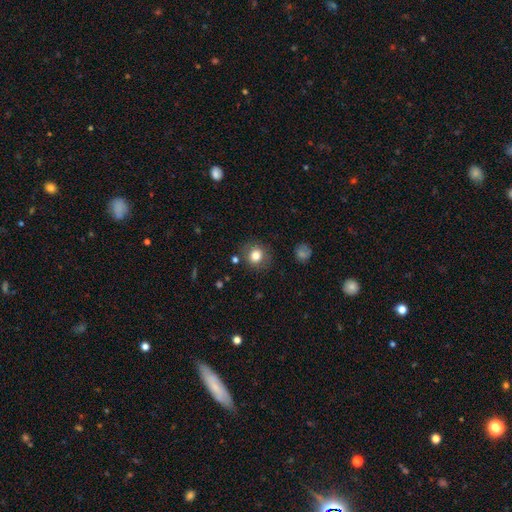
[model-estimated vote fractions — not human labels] Smooth or featured: smooth — 79% (star or artifact — 11%)
How rounded: round — 82% (in between — 17%)
Merging: none — 82% (minor disturbance — 12%)